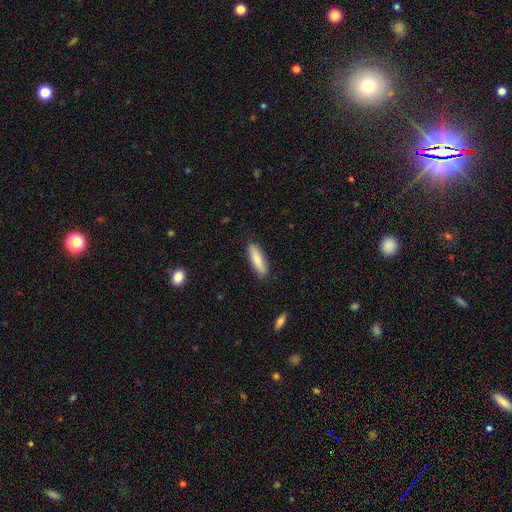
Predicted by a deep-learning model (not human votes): Smooth or featured? Predicted: smooth (p=0.79). How rounded? Predicted: cigar-shaped (p=0.70). Merging? Predicted: none (p=0.88).